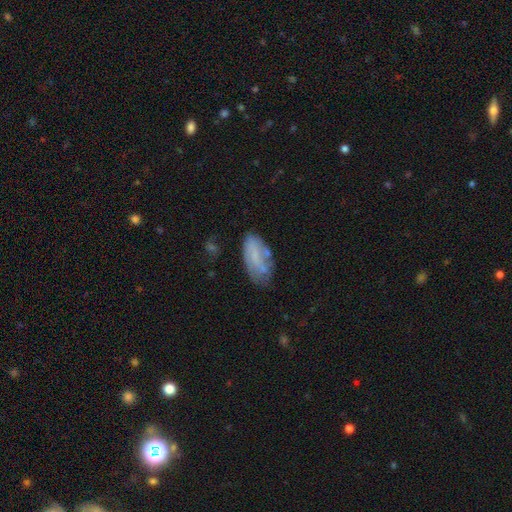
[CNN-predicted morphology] Smooth or featured?
  - smooth: 53% *
  - featured or disk: 38%
  - star or artifact: 9%
How rounded?
  - in between: 87% *
  - cigar-shaped: 10%
  - round: 3%
Merging?
  - none: 56% *
  - minor disturbance: 27%
  - major disturbance: 11%
  - merger: 7%